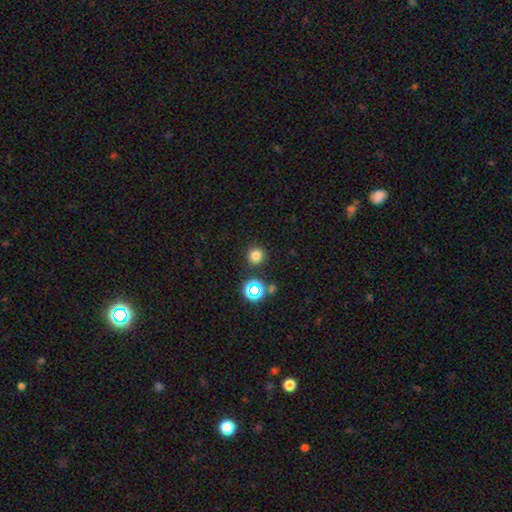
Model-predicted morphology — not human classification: Q: Smooth or featured?
A: smooth (75%); runner-up: star or artifact (19%)
Q: How rounded?
A: round (95%); runner-up: in between (4%)
Q: Merging?
A: none (88%); runner-up: minor disturbance (6%)